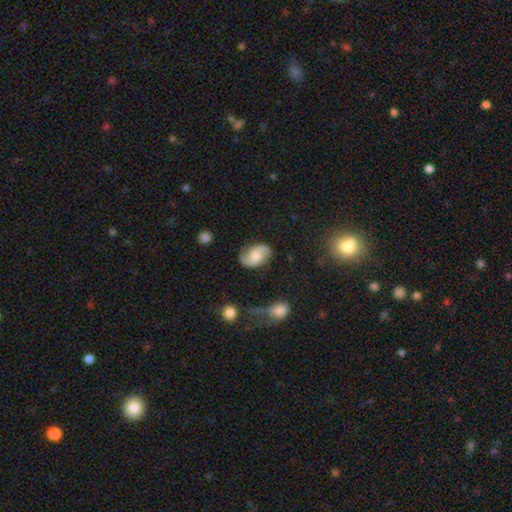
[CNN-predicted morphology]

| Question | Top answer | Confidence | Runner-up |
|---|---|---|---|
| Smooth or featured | featured or disk | 70% | smooth (24%) |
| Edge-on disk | no | 97% | yes (3%) |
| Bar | no | 61% | weak (34%) |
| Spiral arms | yes | 94% | no (6%) |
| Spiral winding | medium | 45% | loose (37%) |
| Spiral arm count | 2 | 91% | can't tell (4%) |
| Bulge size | moderate | 45% | small (21%) |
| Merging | none | 76% | minor disturbance (16%) |